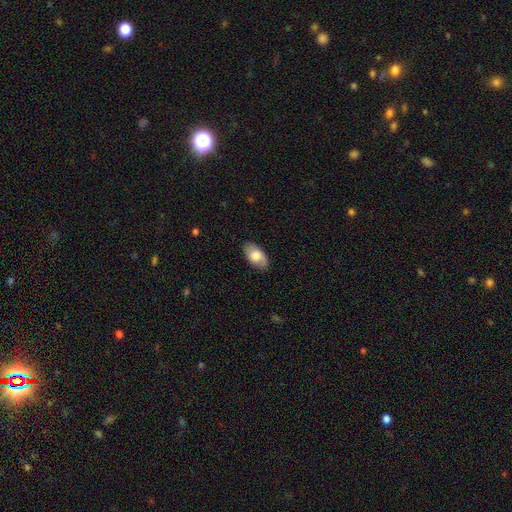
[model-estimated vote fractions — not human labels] A smooth galaxy with no disk features (72%) that is in between round and cigar-shaped (94%). Merging: none (83%).